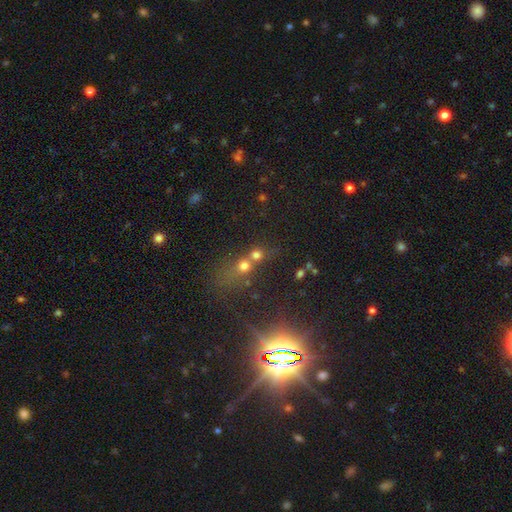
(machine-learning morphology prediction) smooth_or_featured: smooth (p=0.43) [alt: star or artifact p=0.42]
merging: merger (p=0.48) [alt: none p=0.39]